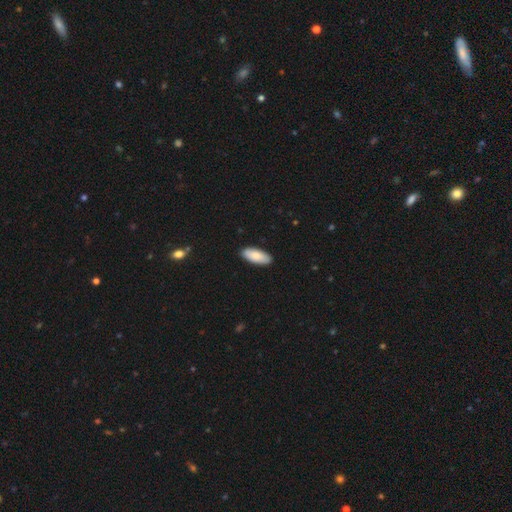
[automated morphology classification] This appears to be a smooth galaxy with no disk features (85%) that is in between round and cigar-shaped (84%). Merging: none (90%).